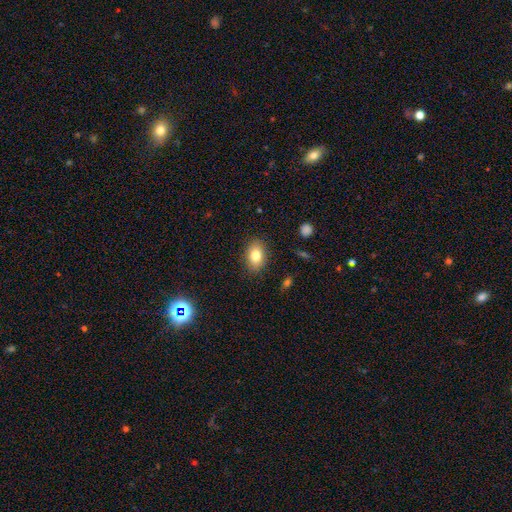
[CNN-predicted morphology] smooth_or_featured: smooth (p=0.80) [alt: featured or disk p=0.11]
how_rounded: in between (p=0.83) [alt: round p=0.16]
merging: none (p=0.87) [alt: minor disturbance p=0.10]